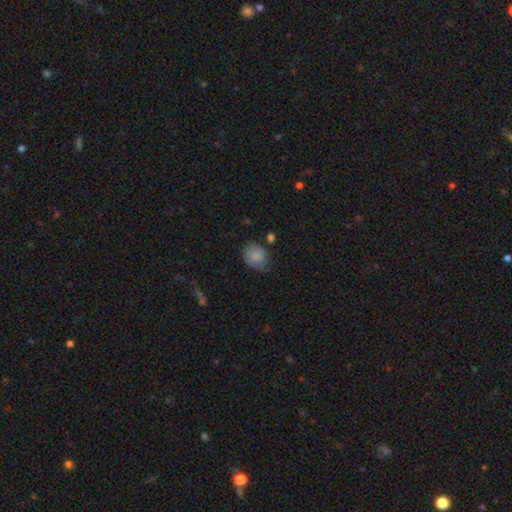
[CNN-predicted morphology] Smooth or featured? smooth (82%)
How rounded? round (52%)
Merging? none (58%)